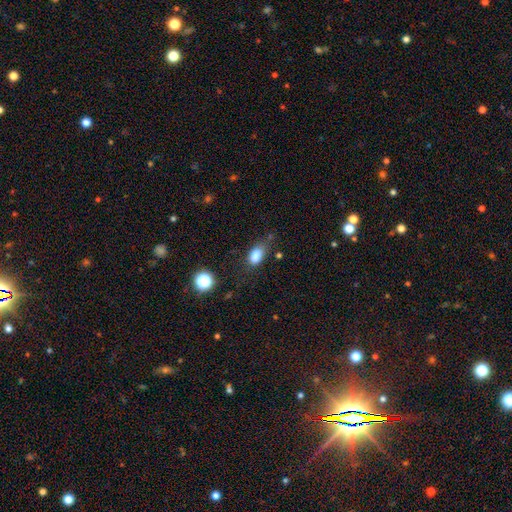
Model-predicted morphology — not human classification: Smooth or featured? smooth (83%)
How rounded? in between (86%)
Merging? none (62%)